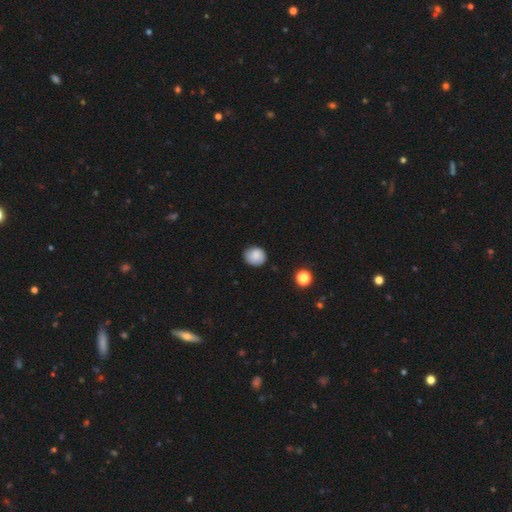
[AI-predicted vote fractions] Smooth or featured? Predicted: smooth (p=0.84). How rounded? Predicted: round (p=0.75). Merging? Predicted: none (p=0.80).